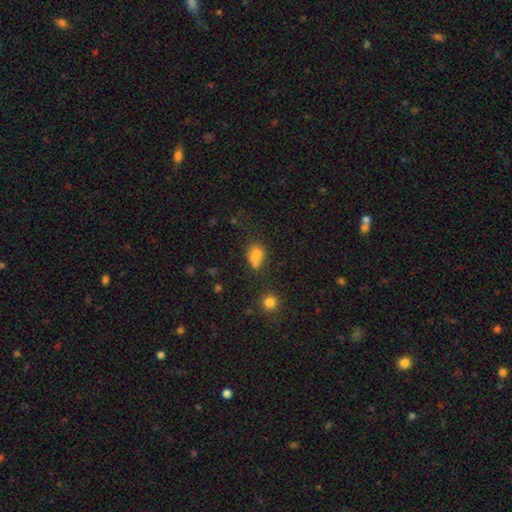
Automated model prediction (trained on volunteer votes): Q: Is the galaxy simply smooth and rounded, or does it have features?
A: smooth — 70%.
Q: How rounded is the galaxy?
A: in between — 59%.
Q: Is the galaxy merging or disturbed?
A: merger — 38%.